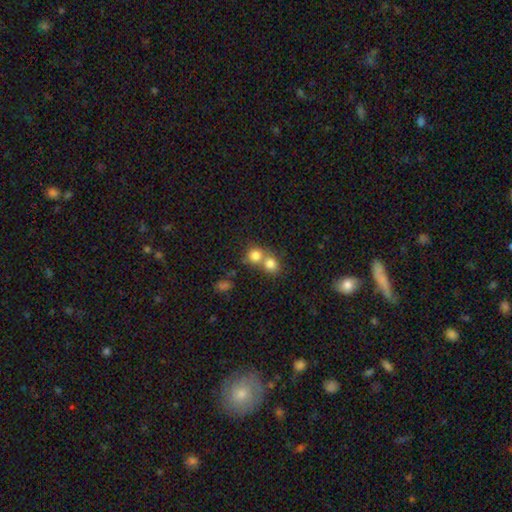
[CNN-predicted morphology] Smooth or featured? smooth (79%)
How rounded? round (83%)
Merging? merger (54%)